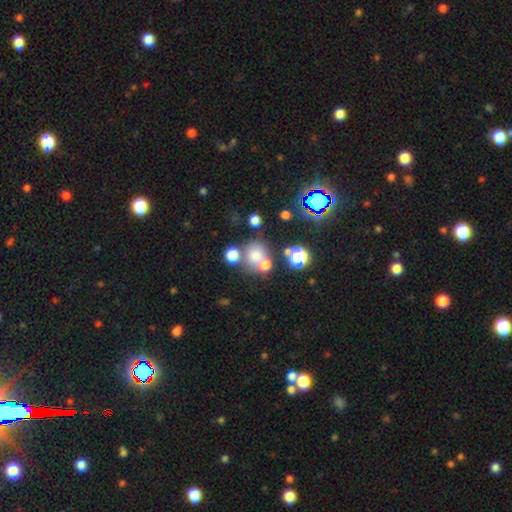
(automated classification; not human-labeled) Smooth or featured?
  - smooth: 67% *
  - star or artifact: 20%
  - featured or disk: 13%
How rounded?
  - round: 80% *
  - in between: 19%
  - cigar-shaped: 1%
Merging?
  - none: 50% *
  - merger: 33%
  - minor disturbance: 11%
  - major disturbance: 6%